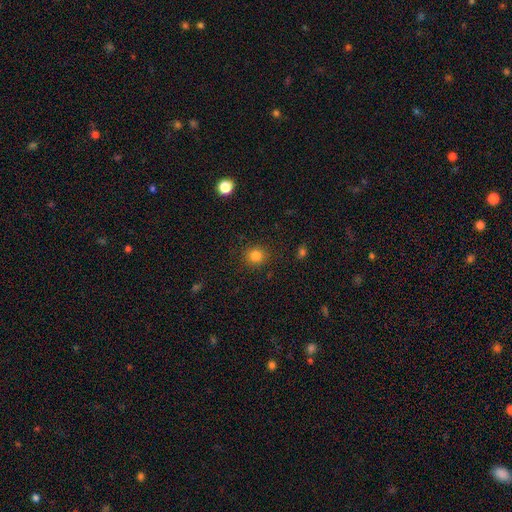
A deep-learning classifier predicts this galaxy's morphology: Smooth or featured? smooth (82%)
How rounded? round (86%)
Merging? none (88%)